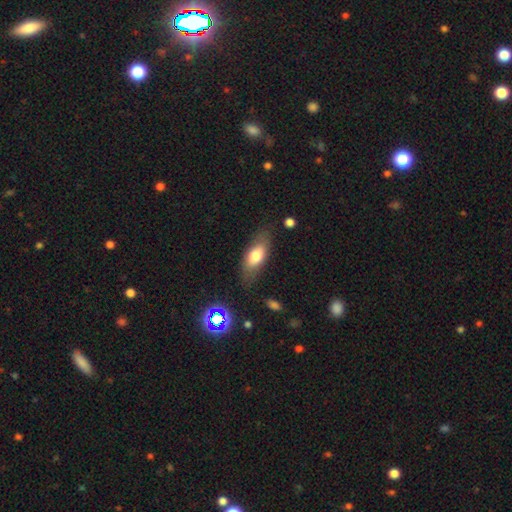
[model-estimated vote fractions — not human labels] A smooth galaxy with no disk features (71%) that is in between round and cigar-shaped (79%). Merging: none (76%).